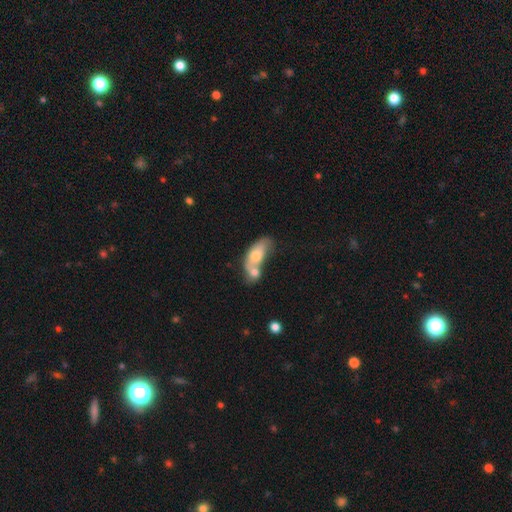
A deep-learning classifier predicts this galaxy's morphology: smooth_or_featured: smooth (p=0.66) [alt: featured or disk p=0.27]
how_rounded: in between (p=0.78) [alt: cigar-shaped p=0.15]
merging: merger (p=0.69) [alt: none p=0.14]